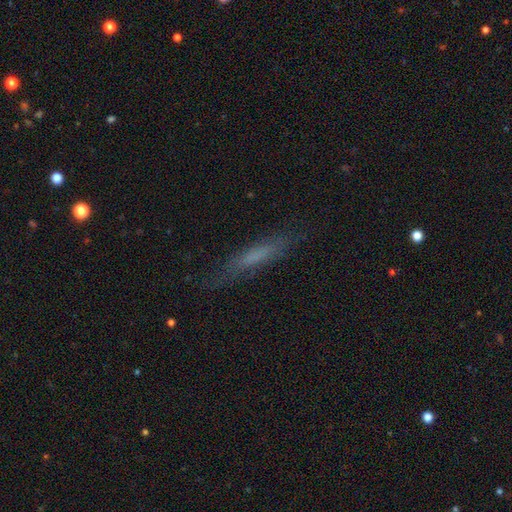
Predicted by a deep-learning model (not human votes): smooth-or-featured: smooth: 54% | featured or disk: 35% | star or artifact: 11%
  how-rounded: cigar-shaped: 88% | in between: 10% | round: 2%
  merging: none: 74% | minor disturbance: 17% | major disturbance: 7% | merger: 2%